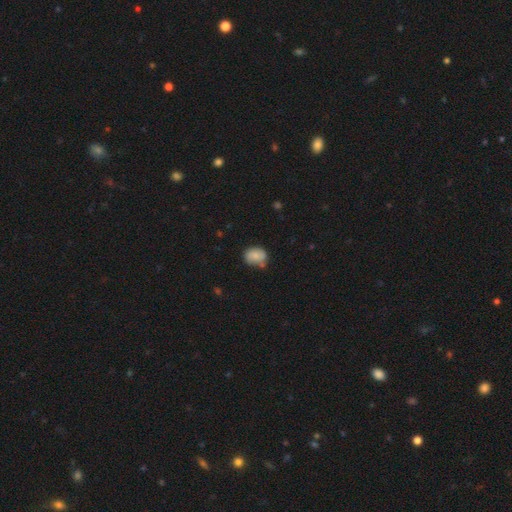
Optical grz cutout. It shows a smooth galaxy with no disk features (72%) that is in between round and cigar-shaped (72%). Merging: none (86%).